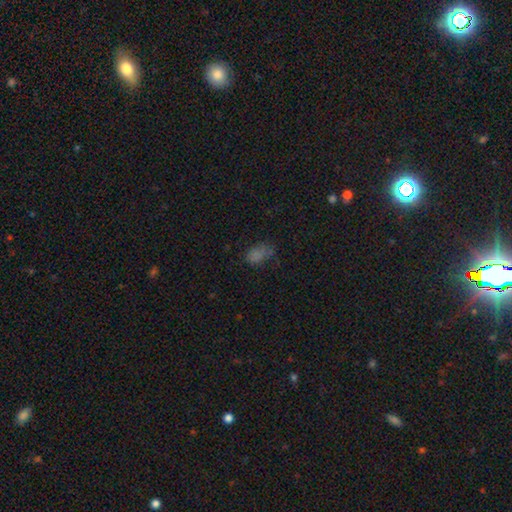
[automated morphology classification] A smooth galaxy with no disk features (66%) that is in between round and cigar-shaped (86%).

Vote fractions:
- Smooth or featured? smooth: 66% / star or artifact: 24% / featured or disk: 10%
- How rounded? in between: 86% / round: 10% / cigar-shaped: 3%
- Merging? none: 52% / minor disturbance: 26% / major disturbance: 16% / merger: 6%